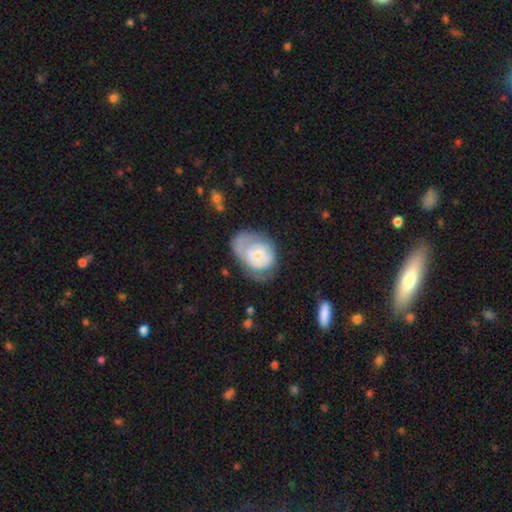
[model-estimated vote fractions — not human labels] This is likely a featured or disk galaxy (61%). It is clearly not viewed edge-on (97%). Bar: likely no (67%). Spiral arm pattern: likely yes (66%). Central bulge: possibly small (54%). Merging: marginally none (44%).